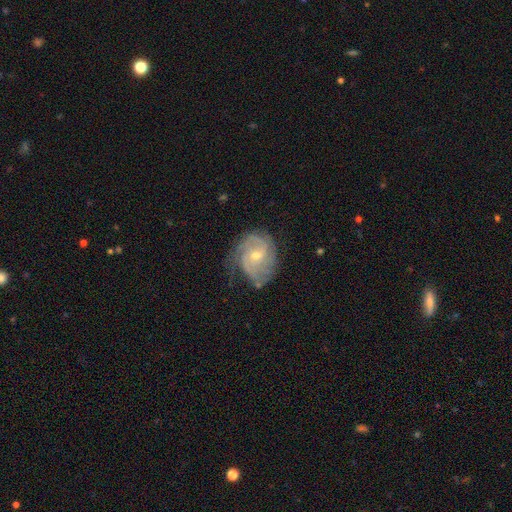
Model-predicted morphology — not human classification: A featured or disk galaxy (86%) with no bar (54%), 2 (45%) tight (51%) spiral arms (96%) and a small central bulge (51%).

Vote fractions:
- Smooth or featured? featured or disk: 86% / smooth: 9% / star or artifact: 6%
- Edge-on disk? no: 98% / yes: 2%
- Bar? no: 54% / weak: 39% / strong: 7%
- Spiral arms? yes: 96% / no: 4%
- Spiral winding? tight: 51% / medium: 39% / loose: 10%
- Spiral arm count? 2: 45% / 3: 24% / can't tell: 18% / 4: 5% / 1: 4% / more than 4: 4%
- Bulge size? small: 51% / moderate: 46% / large: 1% / none: 1% / dominant: 1%
- Merging? none: 64% / minor disturbance: 24% / major disturbance: 10% / merger: 2%